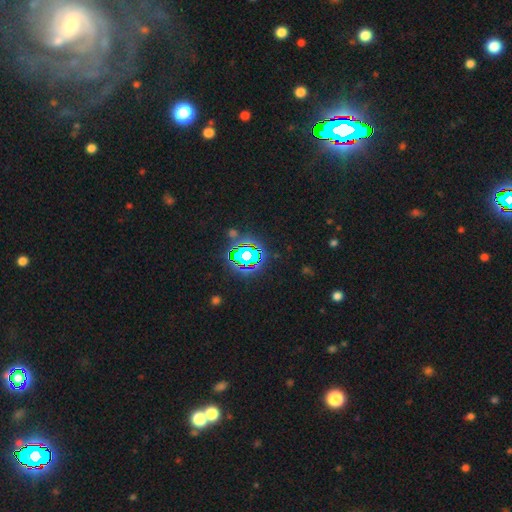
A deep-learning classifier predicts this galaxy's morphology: The model was most divided on "smooth or featured": star or artifact: 81%, smooth: 11%, featured or disk: 8%.